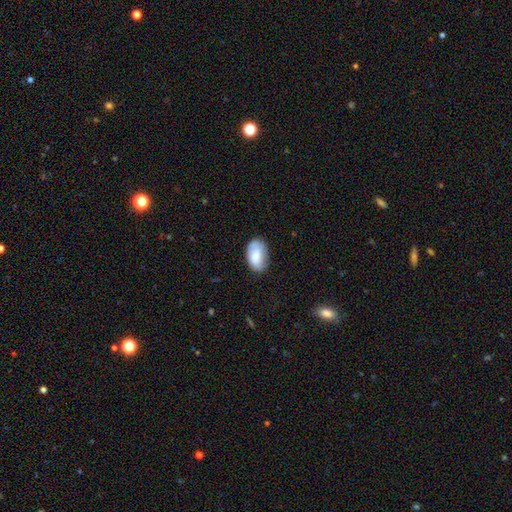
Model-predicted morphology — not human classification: This is likely a smooth galaxy (78%). How rounded: clearly in between (93%). Merging: likely none (73%).